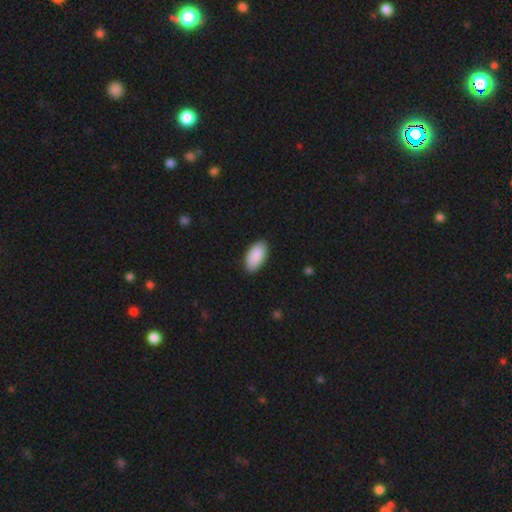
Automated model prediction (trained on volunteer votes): This appears to be a smooth galaxy with no disk features (91%) that is in between round and cigar-shaped (95%). Merging: none (85%).